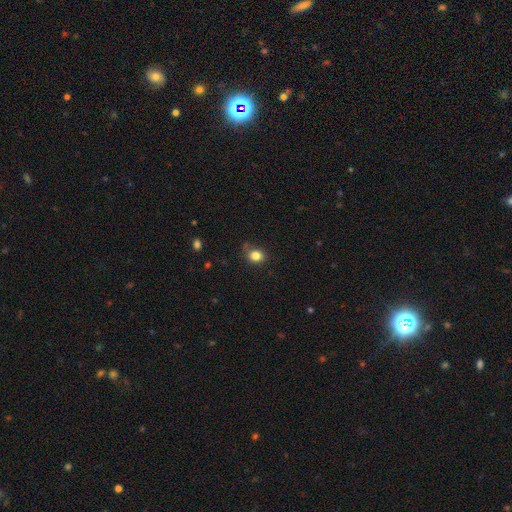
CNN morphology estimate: Q: Smooth or featured?
A: smooth (82%); runner-up: star or artifact (12%)
Q: How rounded?
A: round (64%); runner-up: in between (35%)
Q: Merging?
A: none (77%); runner-up: minor disturbance (16%)